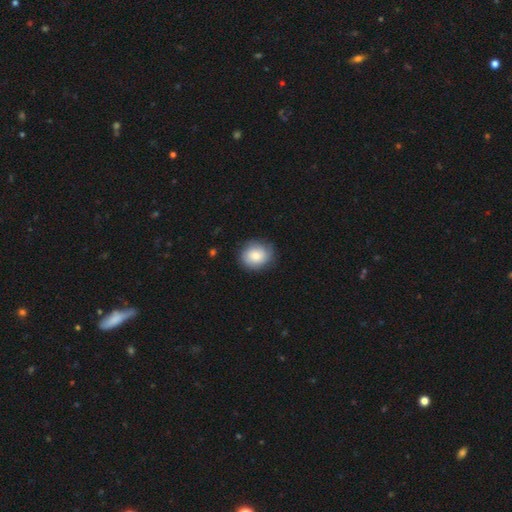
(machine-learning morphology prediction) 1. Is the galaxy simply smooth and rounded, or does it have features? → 79% smooth, 14% featured or disk, 7% star or artifact.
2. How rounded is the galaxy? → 69% round, 30% in between, 1% cigar-shaped.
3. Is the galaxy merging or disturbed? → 82% none, 14% minor disturbance, 3% major disturbance, 1% merger.